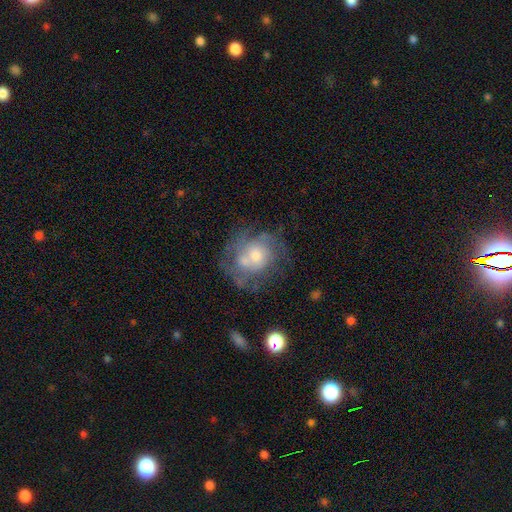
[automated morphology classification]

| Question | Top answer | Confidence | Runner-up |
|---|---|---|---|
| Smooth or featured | featured or disk | 58% | smooth (33%) |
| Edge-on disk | no | 97% | yes (3%) |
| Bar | no | 80% | weak (18%) |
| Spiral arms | yes | 58% | no (42%) |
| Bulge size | moderate | 52% | small (34%) |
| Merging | none | 49% | minor disturbance (19%) |